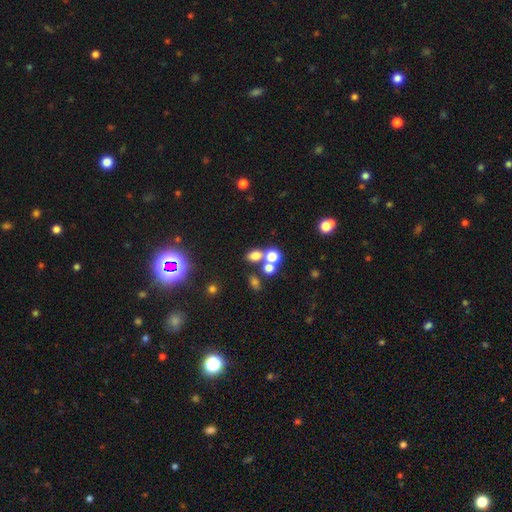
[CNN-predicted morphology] A smooth galaxy with no disk features (69%) that is in between round and cigar-shaped (55%). Merging: none (49%).